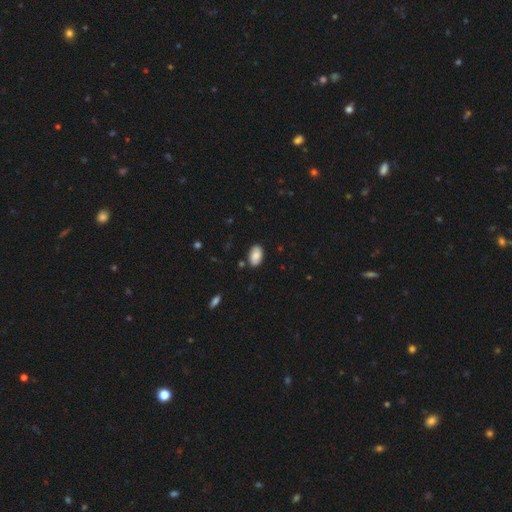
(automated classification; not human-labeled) A smooth galaxy with no disk features (80%) that is in between round and cigar-shaped (93%). Merging: none (84%).